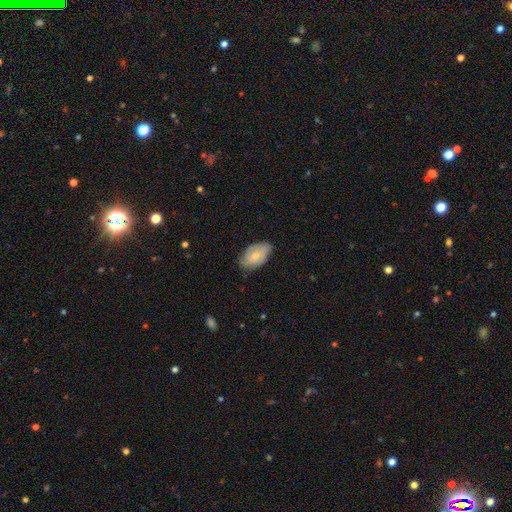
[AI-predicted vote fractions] Smooth or featured? smooth (53%)
How rounded? in between (91%)
Merging? none (63%)